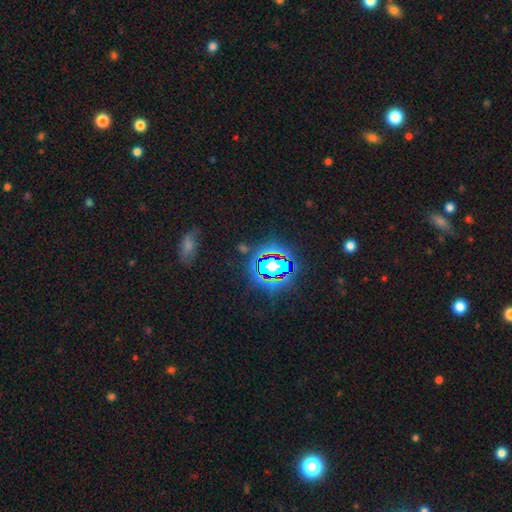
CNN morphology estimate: Q: Smooth or featured?
A: star or artifact (77%); runner-up: smooth (14%)